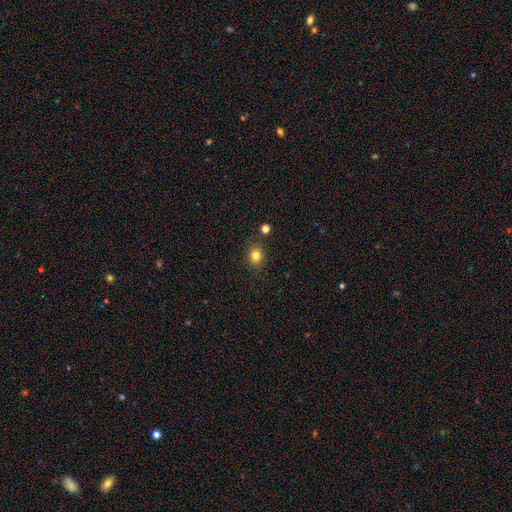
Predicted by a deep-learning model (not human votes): The model was most divided on "how rounded": round: 70%, in between: 29%, cigar-shaped: 1%. More confident: merging — none (85%); smooth or featured — smooth (82%).